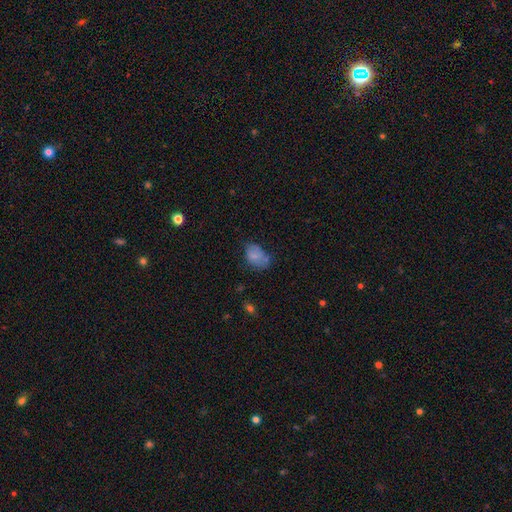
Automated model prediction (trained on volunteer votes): smooth-or-featured: smooth: 72% | featured or disk: 17% | star or artifact: 10%
  how-rounded: in between: 84% | round: 14% | cigar-shaped: 1%
  merging: none: 43% | minor disturbance: 35% | major disturbance: 15% | merger: 8%